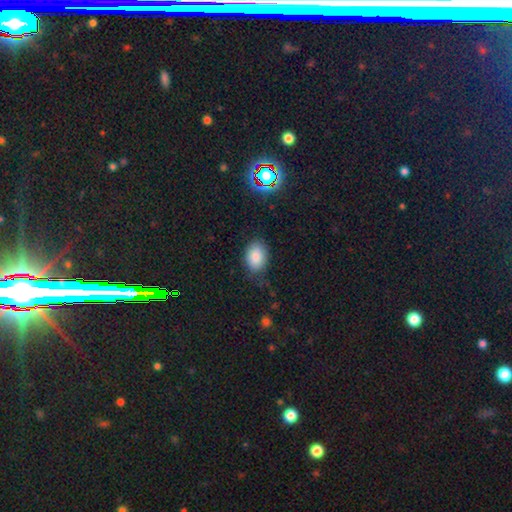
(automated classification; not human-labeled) Q: Smooth or featured?
A: smooth (84%); runner-up: star or artifact (10%)
Q: How rounded?
A: in between (81%); runner-up: round (18%)
Q: Merging?
A: none (76%); runner-up: minor disturbance (17%)